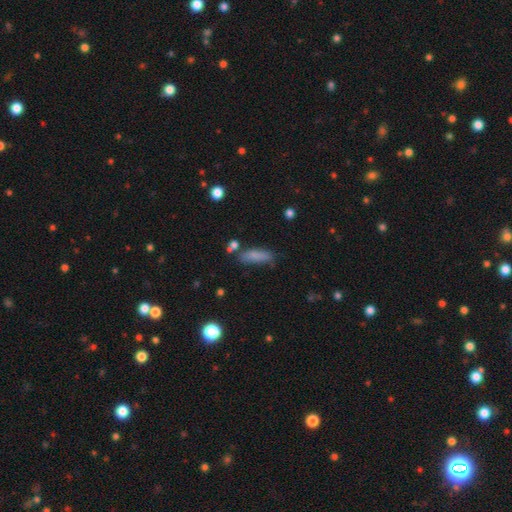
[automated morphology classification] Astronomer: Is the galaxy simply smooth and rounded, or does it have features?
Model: smooth — 80%.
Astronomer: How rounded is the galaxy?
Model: cigar-shaped — 52% (runner-up: in between, 46%).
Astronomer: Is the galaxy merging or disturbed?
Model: none — 62%.